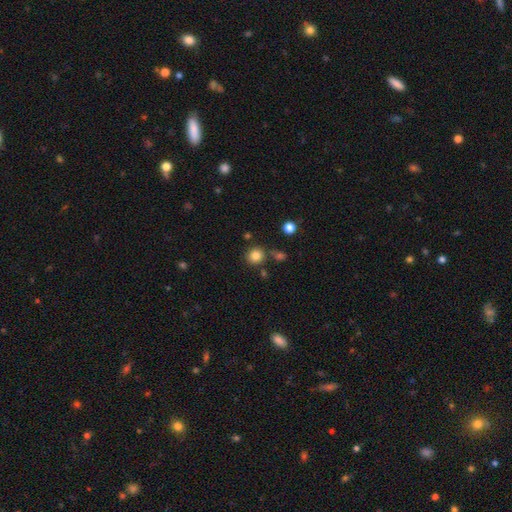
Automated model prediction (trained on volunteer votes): A smooth galaxy with no disk features (83%) that is round (89%).

Vote fractions:
- Smooth or featured? smooth: 83% / star or artifact: 12% / featured or disk: 5%
- How rounded? round: 89% / in between: 10% / cigar-shaped: 1%
- Merging? none: 79% / minor disturbance: 9% / merger: 8% / major disturbance: 3%